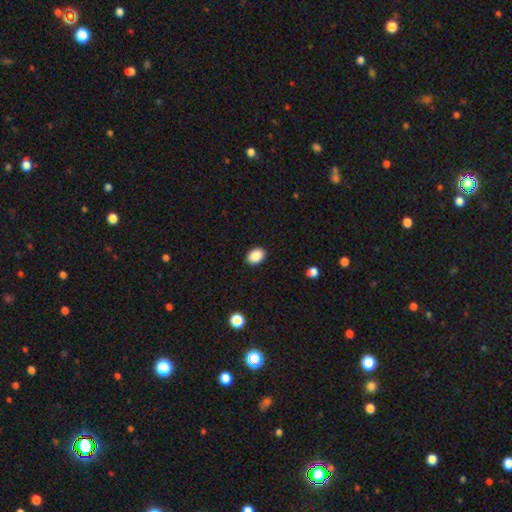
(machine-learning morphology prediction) Smooth or featured: smooth — 89% (star or artifact — 8%)
How rounded: in between — 74% (round — 26%)
Merging: none — 90% (minor disturbance — 7%)